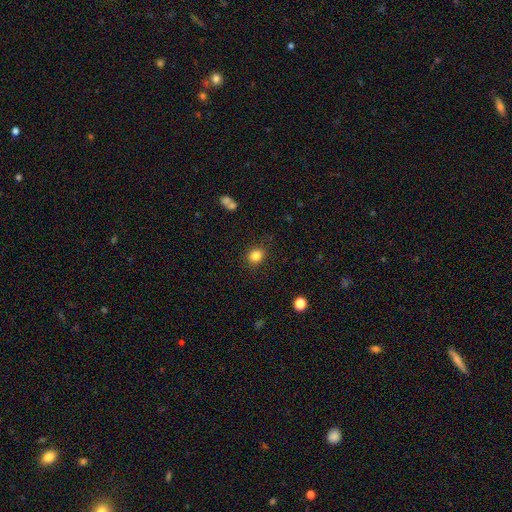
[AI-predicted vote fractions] smooth-or-featured: smooth: 84% | star or artifact: 11% | featured or disk: 5%
  how-rounded: round: 75% | in between: 25% | cigar-shaped: 1%
  merging: none: 87% | minor disturbance: 8% | major disturbance: 3% | merger: 2%